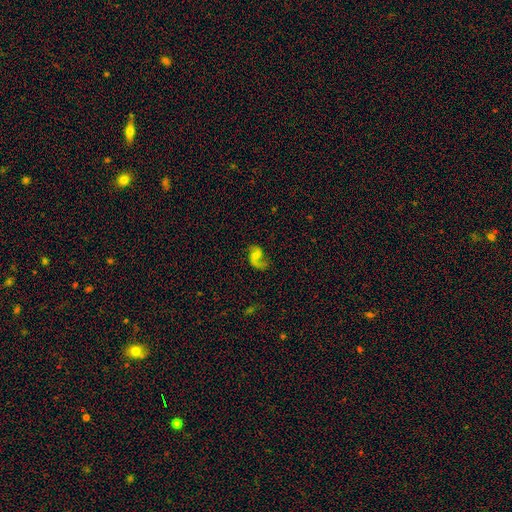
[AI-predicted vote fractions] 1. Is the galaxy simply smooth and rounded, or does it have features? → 75% featured or disk, 16% smooth, 9% star or artifact.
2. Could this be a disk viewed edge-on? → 98% no, 2% yes.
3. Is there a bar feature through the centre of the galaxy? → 50% no, 39% weak, 10% strong.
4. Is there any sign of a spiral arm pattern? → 93% yes, 7% no.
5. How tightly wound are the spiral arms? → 65% loose, 29% medium, 6% tight.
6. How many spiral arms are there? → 66% 2, 30% 1, 2% can't tell, 1% 3, 1% 4, 1% more than 4.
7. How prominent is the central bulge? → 46% none, 28% small, 18% moderate, 6% large, 2% dominant.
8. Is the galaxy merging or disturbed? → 55% none, 23% major disturbance, 18% minor disturbance, 3% merger.